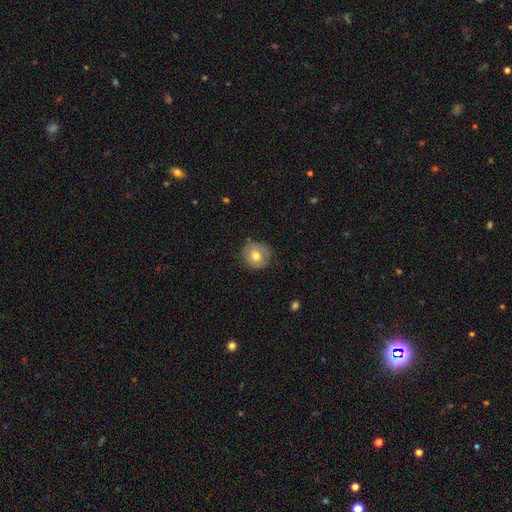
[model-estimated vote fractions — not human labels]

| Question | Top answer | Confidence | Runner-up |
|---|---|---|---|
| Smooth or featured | smooth | 75% | featured or disk (17%) |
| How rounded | round | 90% | in between (9%) |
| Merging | none | 80% | minor disturbance (15%) |